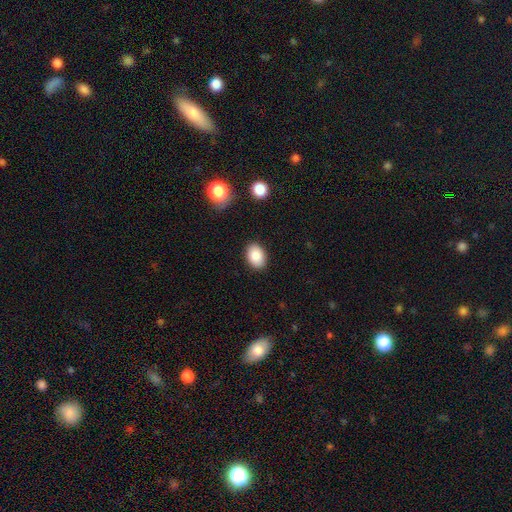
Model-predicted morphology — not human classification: A smooth galaxy with no disk features (88%) that is in between round and cigar-shaped (83%).

Vote fractions:
- Smooth or featured? smooth: 88% / star or artifact: 8% / featured or disk: 4%
- How rounded? in between: 83% / round: 16% / cigar-shaped: 1%
- Merging? none: 88% / minor disturbance: 9% / major disturbance: 2% / merger: 1%